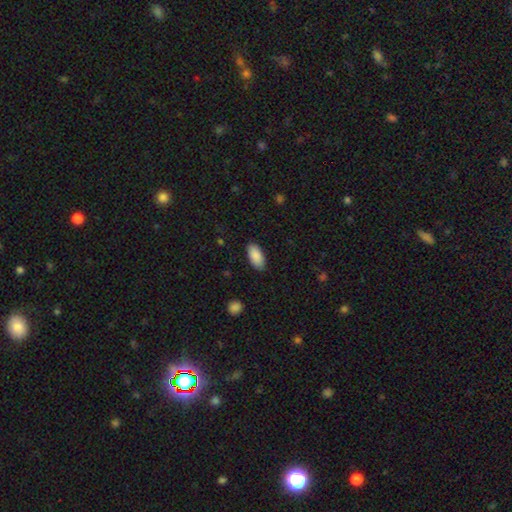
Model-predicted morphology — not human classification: This appears to be a smooth galaxy with no disk features (90%) that is in between round and cigar-shaped (92%). Merging: none (87%).